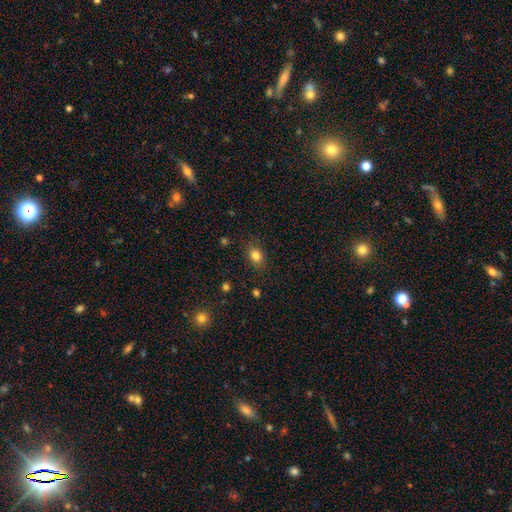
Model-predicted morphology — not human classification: Smooth or featured?
  - smooth: 82% *
  - star or artifact: 11%
  - featured or disk: 7%
How rounded?
  - in between: 64% *
  - round: 35%
  - cigar-shaped: 1%
Merging?
  - none: 83% *
  - minor disturbance: 12%
  - major disturbance: 3%
  - merger: 1%